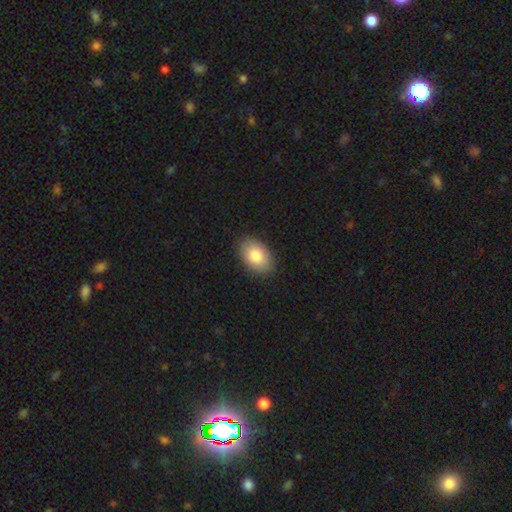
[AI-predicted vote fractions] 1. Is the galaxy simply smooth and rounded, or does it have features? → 84% smooth, 10% featured or disk, 6% star or artifact.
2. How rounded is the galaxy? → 90% in between, 9% round, 1% cigar-shaped.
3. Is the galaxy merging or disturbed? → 87% none, 10% minor disturbance, 2% major disturbance, 1% merger.